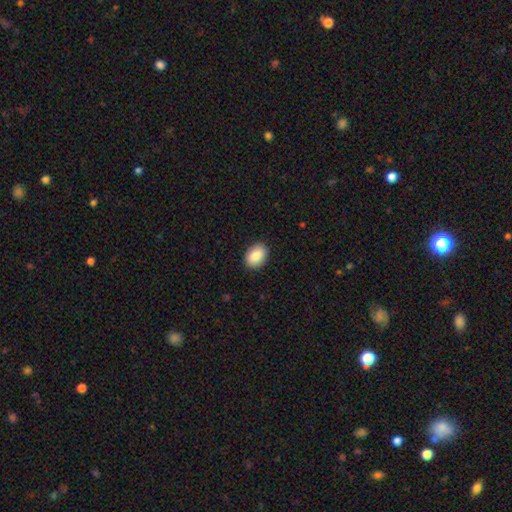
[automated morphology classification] type=smooth (86%); roundness=in between (80%); merging=none (89%).